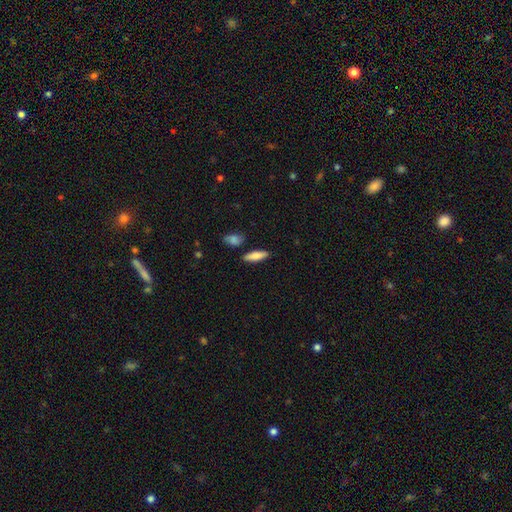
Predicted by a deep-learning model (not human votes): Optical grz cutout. It shows a smooth galaxy with no disk features (79%) that is cigar-shaped (49%, tied with in between). Merging: none (84%).